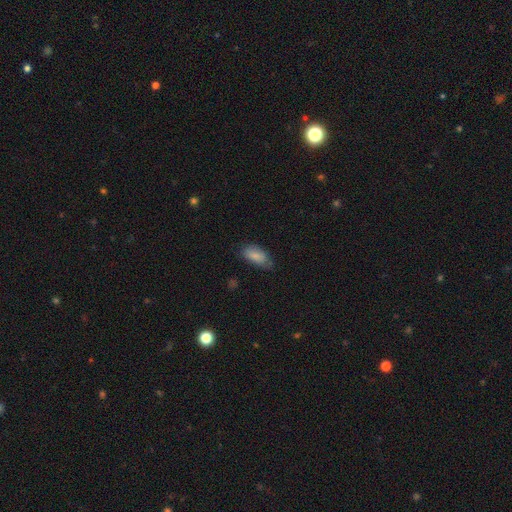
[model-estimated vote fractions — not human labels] smooth 84%, featured or disk 9%, star or artifact 7%. Down the decision tree: how rounded — in between (89%); merging — none (61%).